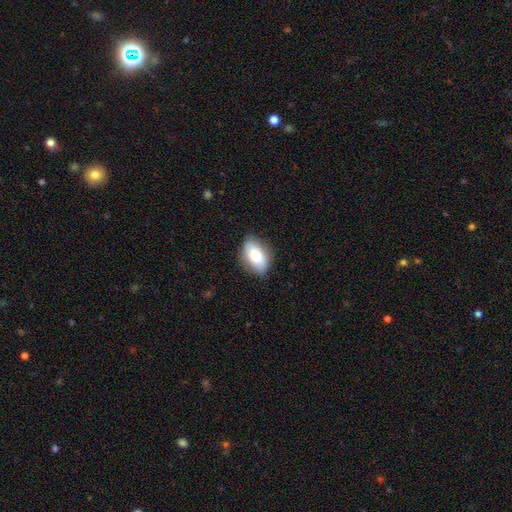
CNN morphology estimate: A smooth galaxy with no disk features (77%) that is in between round and cigar-shaped (90%).

Vote fractions:
- Smooth or featured? smooth: 77% / featured or disk: 16% / star or artifact: 7%
- How rounded? in between: 90% / round: 8% / cigar-shaped: 2%
- Merging? none: 81% / minor disturbance: 15% / major disturbance: 3% / merger: 1%